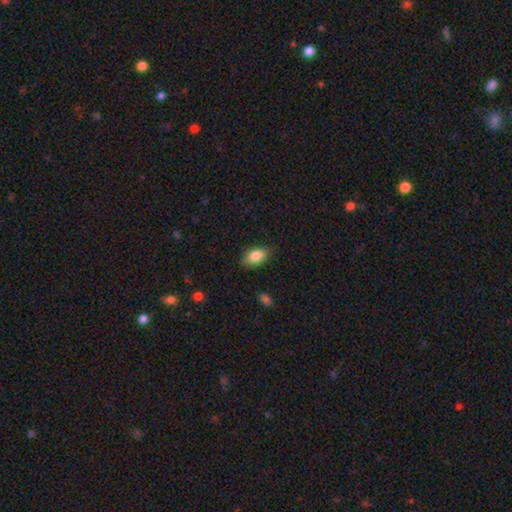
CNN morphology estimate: Smooth or featured?
  - smooth: 84% *
  - featured or disk: 8%
  - star or artifact: 7%
How rounded?
  - in between: 91% *
  - round: 6%
  - cigar-shaped: 3%
Merging?
  - none: 83% *
  - minor disturbance: 13%
  - major disturbance: 3%
  - merger: 1%